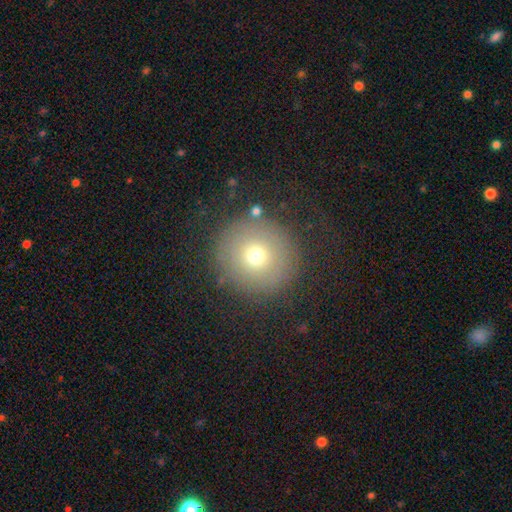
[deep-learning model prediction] The model was most divided on "smooth or featured": smooth: 67%, featured or disk: 18%, star or artifact: 15%. More confident: how rounded — round (94%); merging — none (83%).